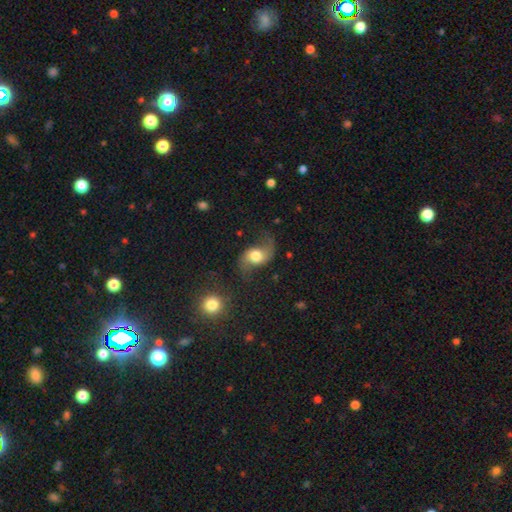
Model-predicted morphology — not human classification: Smooth or featured?
  - featured or disk: 66% *
  - smooth: 26%
  - star or artifact: 8%
Edge-on disk?
  - no: 96% *
  - yes: 4%
Bar?
  - no: 64% *
  - weak: 29%
  - strong: 8%
Spiral arms?
  - yes: 92% *
  - no: 8%
Spiral winding?
  - loose: 83% *
  - medium: 14%
  - tight: 3%
Spiral arm count?
  - 2: 91% *
  - 1: 4%
  - can't tell: 2%
  - 3: 1%
  - 4: 1%
  - more than 4: 1%
Bulge size?
  - moderate: 48% *
  - large: 36%
  - small: 7%
  - dominant: 7%
  - none: 2%
Merging?
  - none: 62% *
  - minor disturbance: 19%
  - major disturbance: 16%
  - merger: 3%